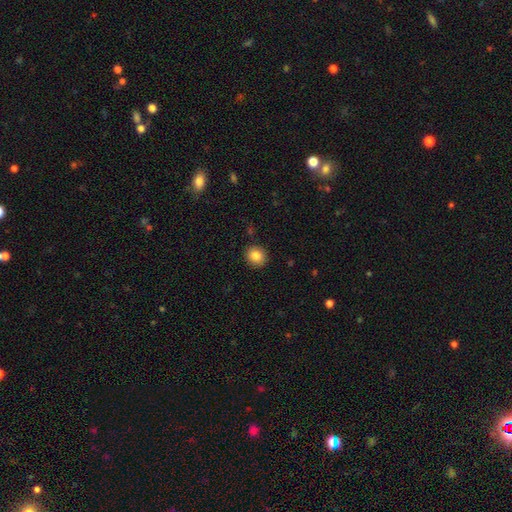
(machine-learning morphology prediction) type=smooth (85%); roundness=round (80%); merging=none (90%).